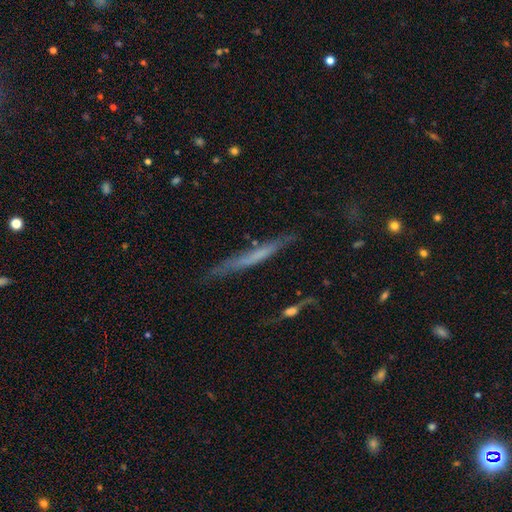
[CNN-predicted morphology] Smooth or featured? Predicted: featured or disk (p=0.47). Merging? Predicted: none (p=0.74).